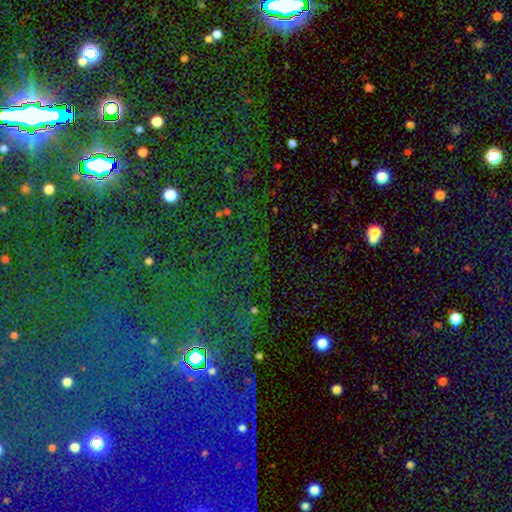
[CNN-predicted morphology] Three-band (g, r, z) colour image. It shows a star or artifact, not a galaxy (83%).